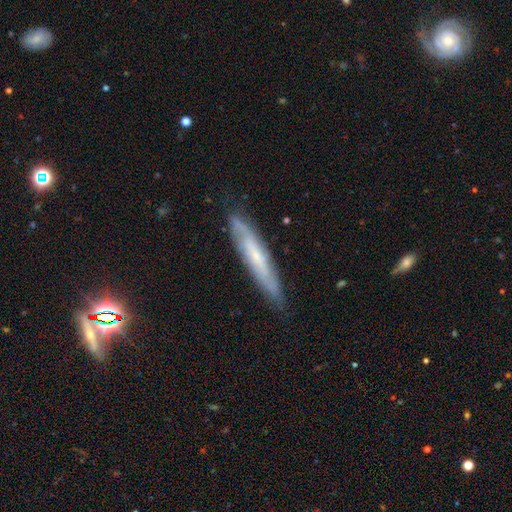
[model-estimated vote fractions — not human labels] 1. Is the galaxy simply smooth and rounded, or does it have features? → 59% featured or disk, 34% smooth, 8% star or artifact.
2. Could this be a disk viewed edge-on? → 61% yes, 39% no.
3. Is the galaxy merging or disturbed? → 79% none, 16% minor disturbance, 3% major disturbance, 2% merger.